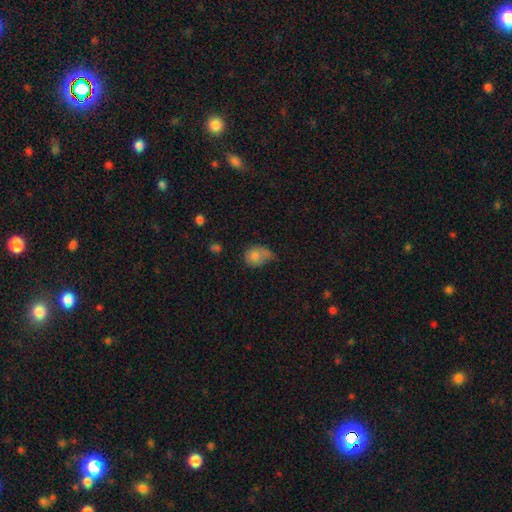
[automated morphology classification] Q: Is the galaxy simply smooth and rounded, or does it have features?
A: smooth — 77%.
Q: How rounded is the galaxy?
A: round — 52%.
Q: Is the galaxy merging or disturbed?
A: minor disturbance — 36%.